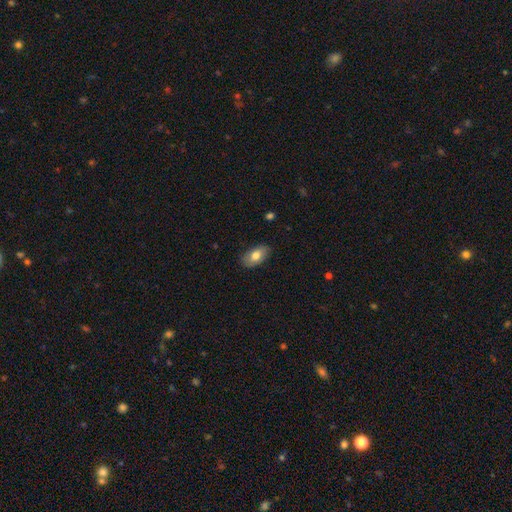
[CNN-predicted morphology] A smooth galaxy with no disk features (76%) that is in between round and cigar-shaped (93%).

Vote fractions:
- Smooth or featured? smooth: 76% / featured or disk: 18% / star or artifact: 7%
- How rounded? in between: 93% / round: 5% / cigar-shaped: 2%
- Merging? none: 85% / minor disturbance: 12% / major disturbance: 2% / merger: 1%